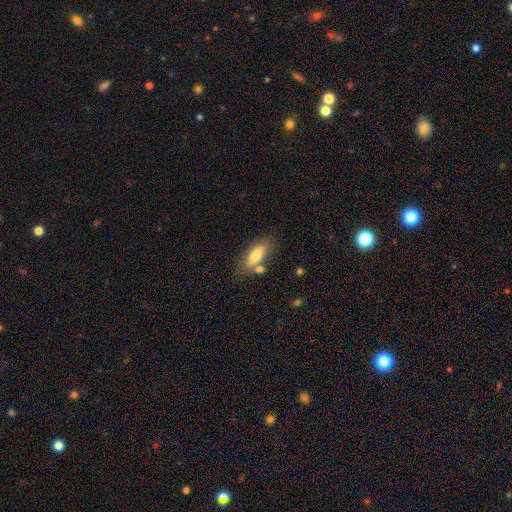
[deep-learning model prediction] A smooth galaxy with no disk features (74%) that is in between round and cigar-shaped (79%).

Vote fractions:
- Smooth or featured? smooth: 74% / featured or disk: 19% / star or artifact: 7%
- How rounded? in between: 79% / cigar-shaped: 18% / round: 3%
- Merging? none: 64% / merger: 16% / minor disturbance: 16% / major disturbance: 4%